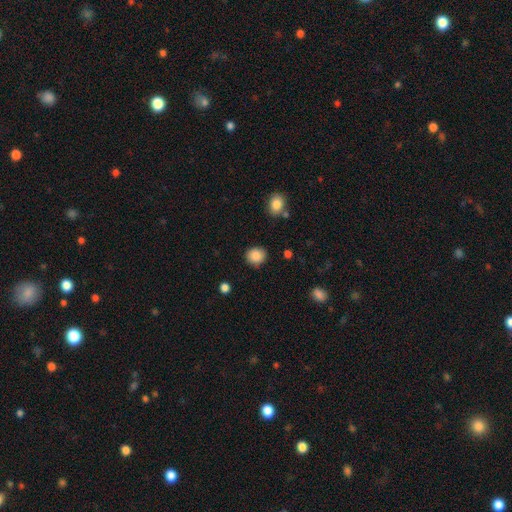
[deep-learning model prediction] smooth 87%, star or artifact 9%, featured or disk 4%. Down the decision tree: how rounded — round (76%); merging — none (84%).